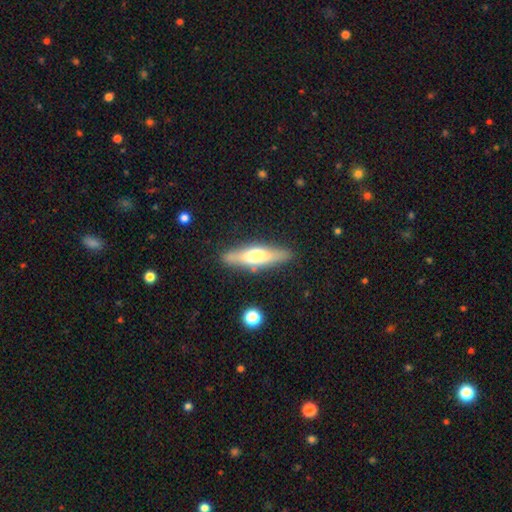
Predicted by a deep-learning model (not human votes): This is possibly a smooth galaxy (49%). Merging: clearly none (83%).